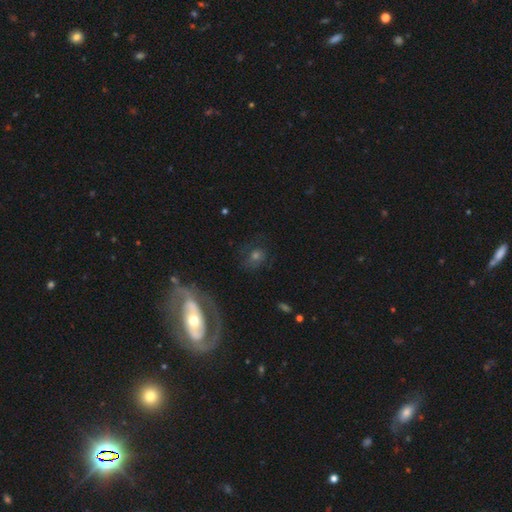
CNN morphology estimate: A featured or disk galaxy (50%). Merging: none (65%).